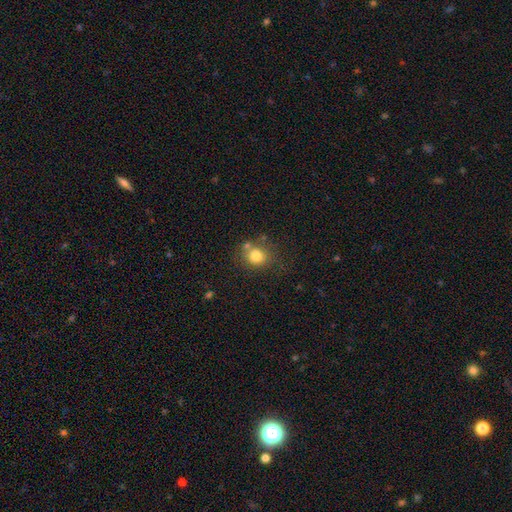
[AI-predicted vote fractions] Smooth or featured? smooth (79%)
How rounded? round (72%)
Merging? none (60%)